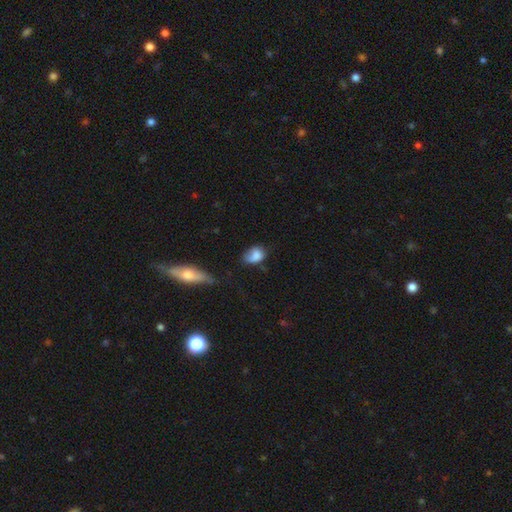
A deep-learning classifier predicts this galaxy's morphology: smooth-or-featured: smooth: 77% | featured or disk: 14% | star or artifact: 9%
  how-rounded: in between: 76% | round: 23% | cigar-shaped: 2%
  merging: none: 38% | minor disturbance: 37% | major disturbance: 17% | merger: 8%